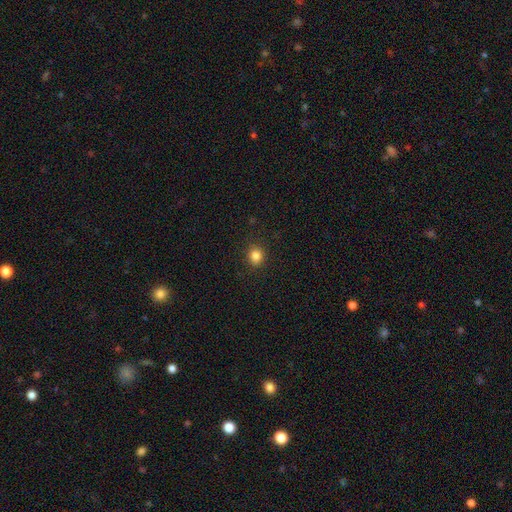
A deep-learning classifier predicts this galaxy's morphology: The model was most divided on "how rounded": round: 80%, in between: 19%, cigar-shaped: 1%. More confident: merging — none (90%); smooth or featured — smooth (84%).